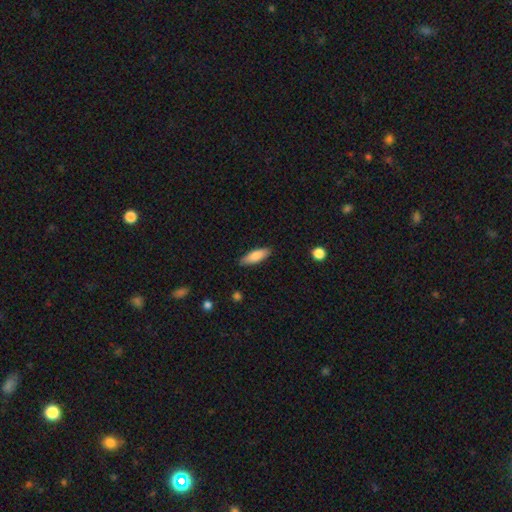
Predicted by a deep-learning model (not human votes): Smooth or featured? Predicted: smooth (p=0.82). How rounded? Predicted: in between (p=0.58). Merging? Predicted: none (p=0.85).